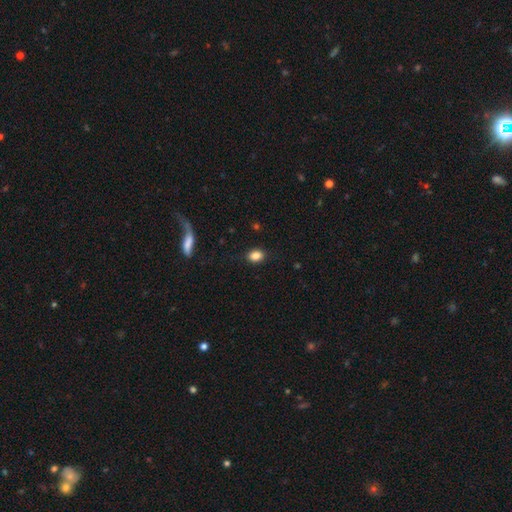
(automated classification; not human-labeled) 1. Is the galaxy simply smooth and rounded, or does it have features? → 85% smooth, 9% star or artifact, 6% featured or disk.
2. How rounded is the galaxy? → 67% in between, 31% round, 2% cigar-shaped.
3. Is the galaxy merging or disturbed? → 86% none, 10% minor disturbance, 3% major disturbance, 1% merger.